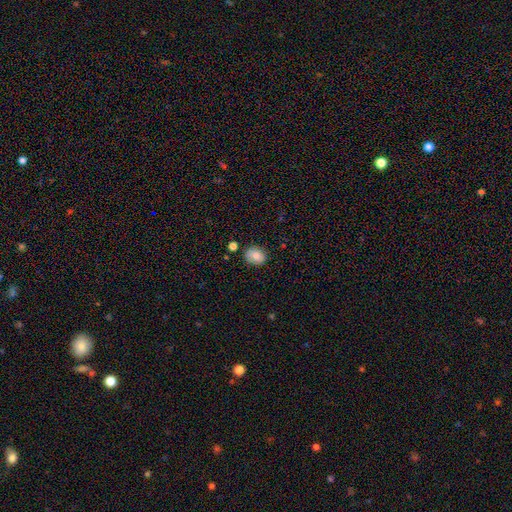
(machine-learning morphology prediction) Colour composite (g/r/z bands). It shows a smooth galaxy with no disk features (80%) that is round (57%). Merging: none (80%).